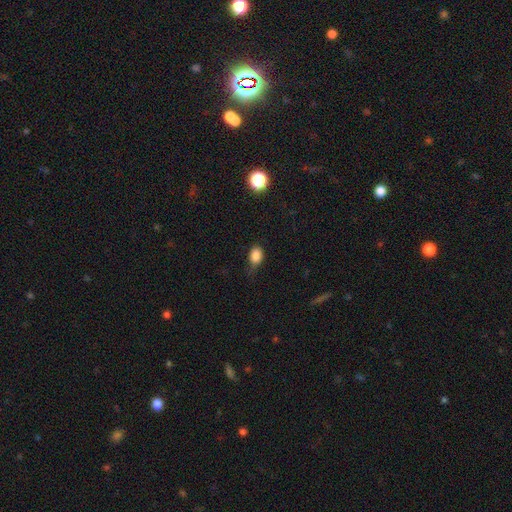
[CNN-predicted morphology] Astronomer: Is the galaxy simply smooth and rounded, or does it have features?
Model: smooth — 85%.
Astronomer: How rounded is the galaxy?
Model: in between — 75%.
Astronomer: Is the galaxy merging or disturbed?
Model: none — 57%.